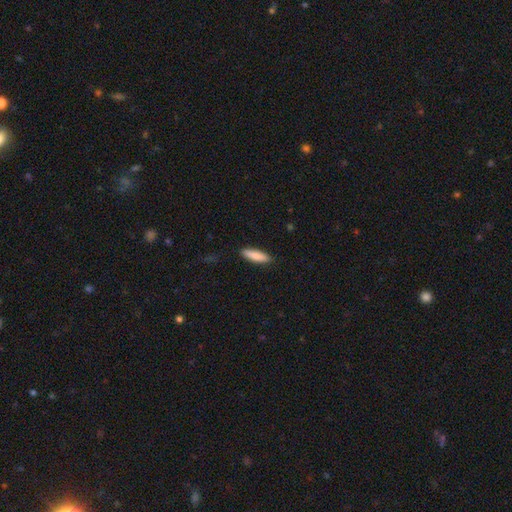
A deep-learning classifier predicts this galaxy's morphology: This appears to be a smooth galaxy with no disk features (86%) that is cigar-shaped (59%). Merging: none (89%).